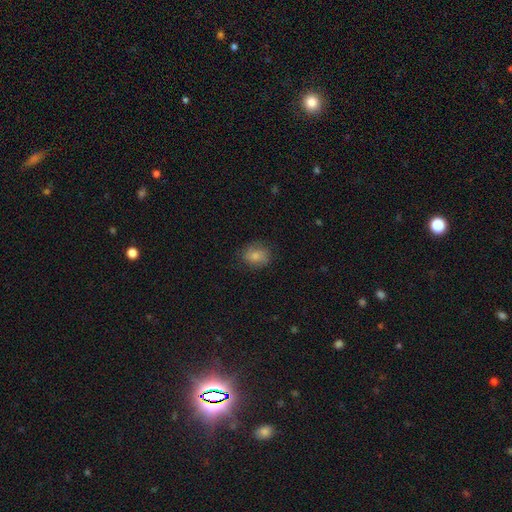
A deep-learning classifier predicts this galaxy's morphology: Q: Smooth or featured?
A: smooth (81%); runner-up: featured or disk (10%)
Q: How rounded?
A: round (56%); runner-up: in between (43%)
Q: Merging?
A: none (79%); runner-up: minor disturbance (16%)